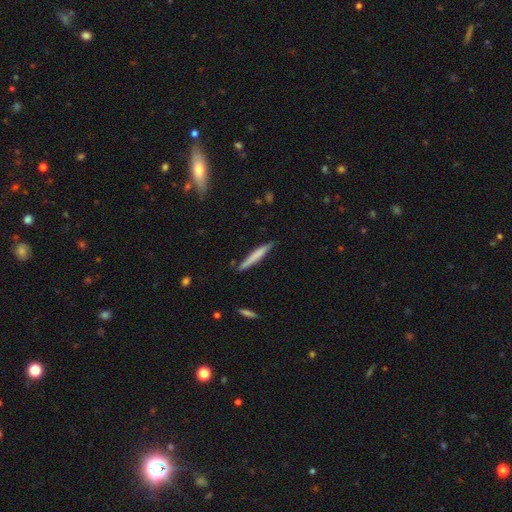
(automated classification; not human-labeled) This is likely a smooth galaxy (64%). How rounded: clearly cigar-shaped (96%). Merging: clearly none (83%).